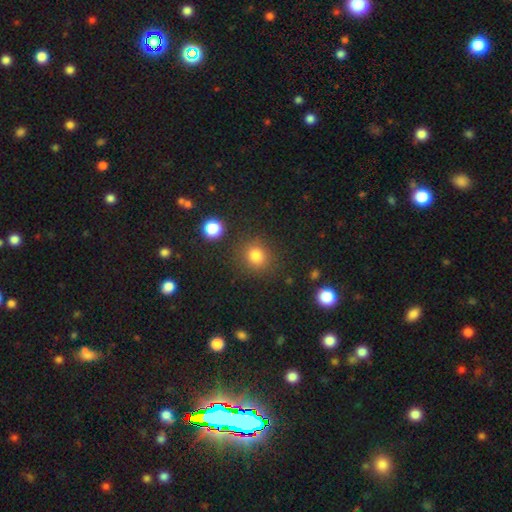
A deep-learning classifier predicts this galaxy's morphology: smooth-or-featured: smooth: 80% | star or artifact: 15% | featured or disk: 6%
  how-rounded: round: 86% | in between: 13% | cigar-shaped: 1%
  merging: none: 84% | minor disturbance: 9% | major disturbance: 4% | merger: 4%